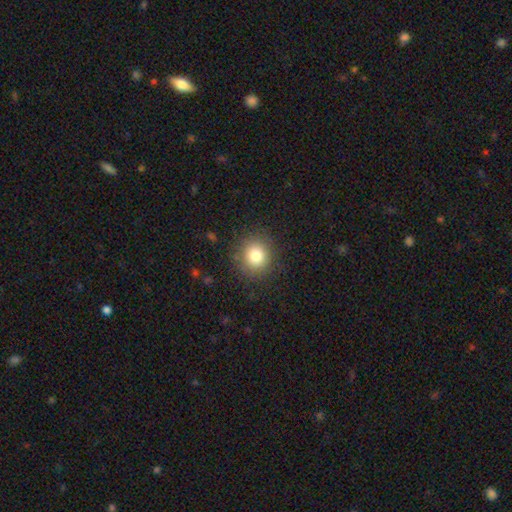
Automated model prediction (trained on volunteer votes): Q: Smooth or featured?
A: smooth (81%); runner-up: star or artifact (12%)
Q: How rounded?
A: round (87%); runner-up: in between (12%)
Q: Merging?
A: none (87%); runner-up: minor disturbance (9%)